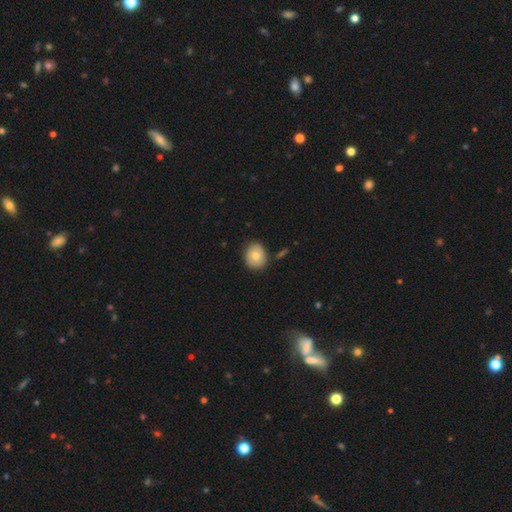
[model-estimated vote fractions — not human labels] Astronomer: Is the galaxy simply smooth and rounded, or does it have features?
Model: smooth — 74%.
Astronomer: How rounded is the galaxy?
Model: round — 60% (runner-up: in between, 39%).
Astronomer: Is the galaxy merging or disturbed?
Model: none — 79%.